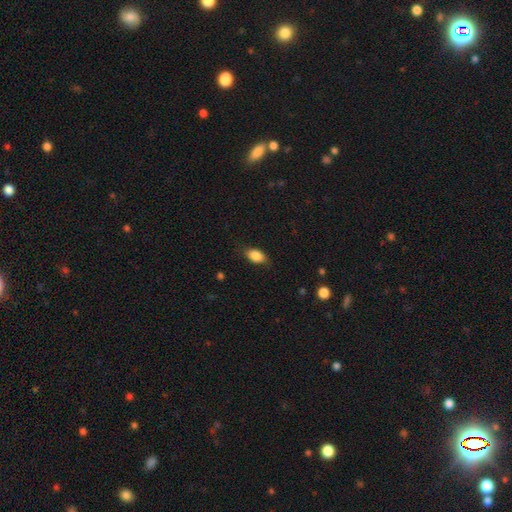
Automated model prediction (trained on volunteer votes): Smooth or featured? smooth (87%)
How rounded? in between (89%)
Merging? none (80%)